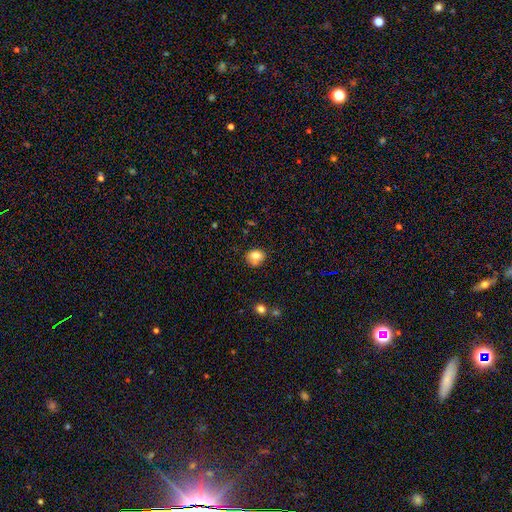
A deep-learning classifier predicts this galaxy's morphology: Smooth or featured? smooth (78%)
How rounded? round (61%)
Merging? none (61%)